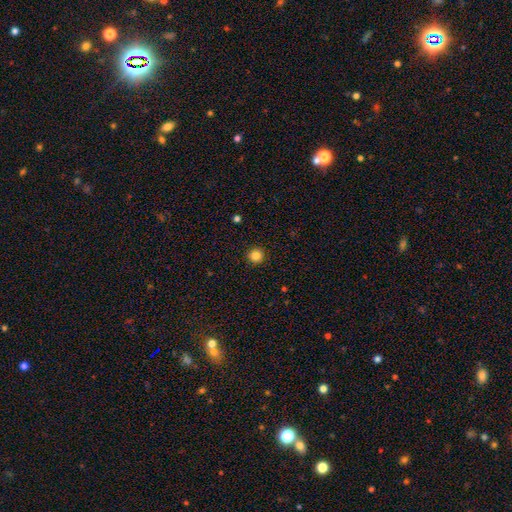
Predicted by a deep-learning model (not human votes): Smooth or featured: smooth — 84% (star or artifact — 12%)
How rounded: round — 96% (in between — 3%)
Merging: none — 93% (minor disturbance — 4%)